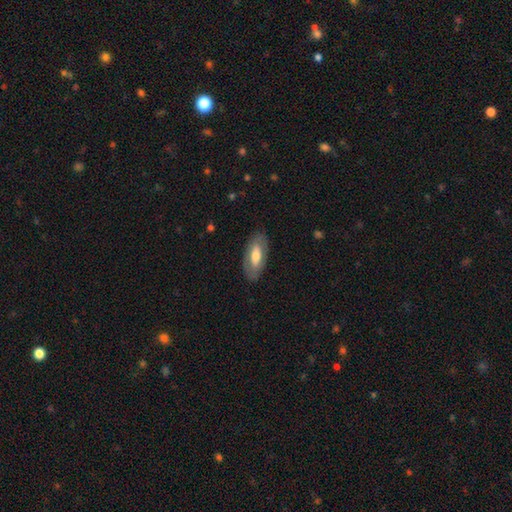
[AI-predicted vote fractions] This is possibly a smooth galaxy (51%). How rounded: clearly in between (87%). Merging: clearly none (83%).